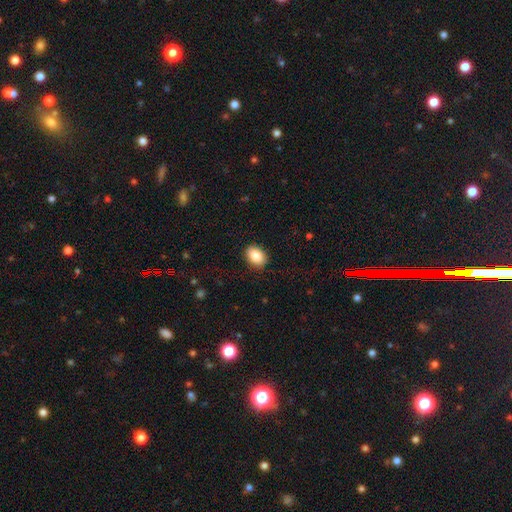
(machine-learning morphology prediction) Smooth or featured?
  - smooth: 87% *
  - star or artifact: 7%
  - featured or disk: 5%
How rounded?
  - in between: 76% *
  - round: 23%
  - cigar-shaped: 1%
Merging?
  - none: 89% *
  - minor disturbance: 8%
  - major disturbance: 2%
  - merger: 1%